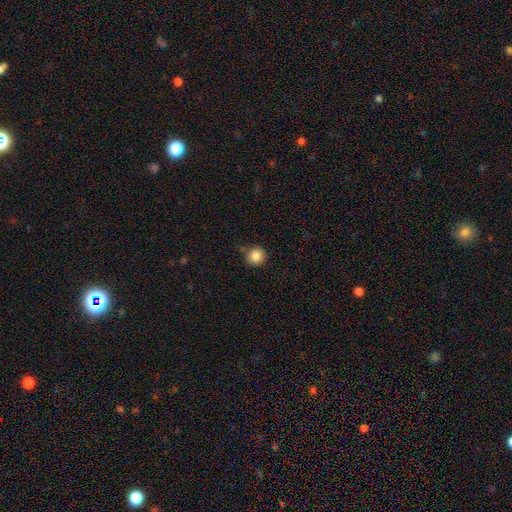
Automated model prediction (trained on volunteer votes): smooth-or-featured: smooth: 85% | star or artifact: 10% | featured or disk: 5%
  how-rounded: round: 94% | in between: 5% | cigar-shaped: 1%
  merging: none: 79% | minor disturbance: 15% | merger: 3% | major disturbance: 3%